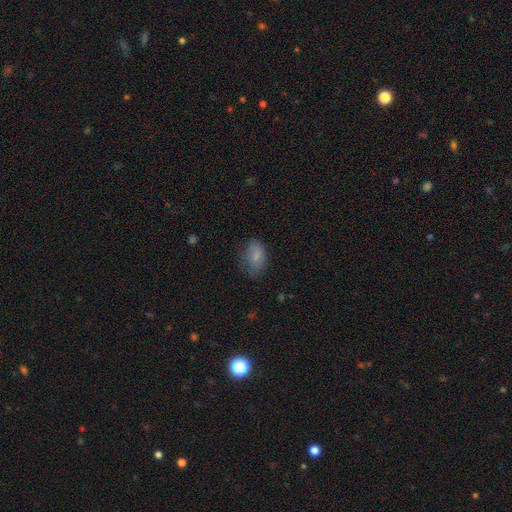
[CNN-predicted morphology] smooth 81%, featured or disk 11%, star or artifact 8%. Down the decision tree: how rounded — in between (84%); merging — none (64%).